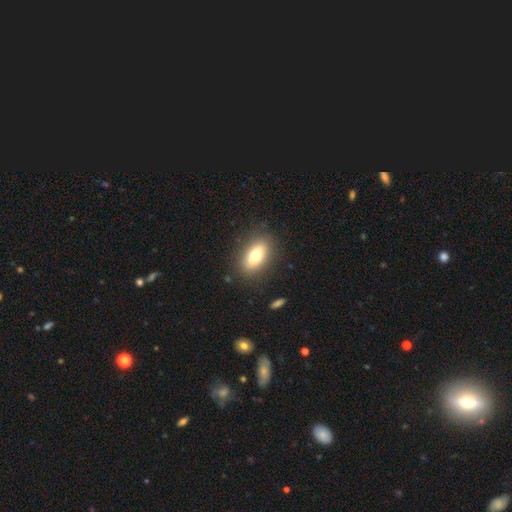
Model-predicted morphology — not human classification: Smooth or featured: smooth — 70% (featured or disk — 22%)
How rounded: in between — 82% (cigar-shaped — 11%)
Merging: none — 85% (minor disturbance — 10%)